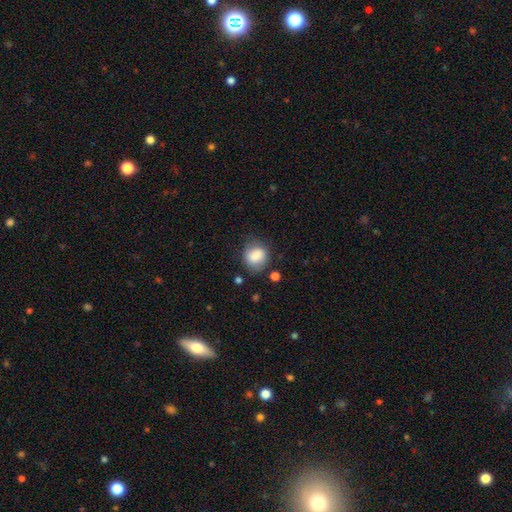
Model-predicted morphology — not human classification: A smooth galaxy with no disk features (80%) that is round (60%).

Vote fractions:
- Smooth or featured? smooth: 80% / featured or disk: 11% / star or artifact: 9%
- How rounded? round: 60% / in between: 39% / cigar-shaped: 1%
- Merging? none: 68% / minor disturbance: 21% / major disturbance: 7% / merger: 4%